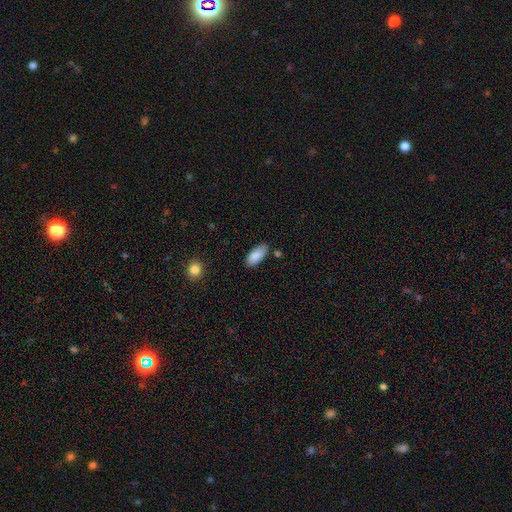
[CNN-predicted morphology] Smooth or featured?
  - smooth: 88% *
  - star or artifact: 6%
  - featured or disk: 6%
How rounded?
  - in between: 89% *
  - cigar-shaped: 9%
  - round: 2%
Merging?
  - none: 78% *
  - minor disturbance: 16%
  - merger: 3%
  - major disturbance: 3%